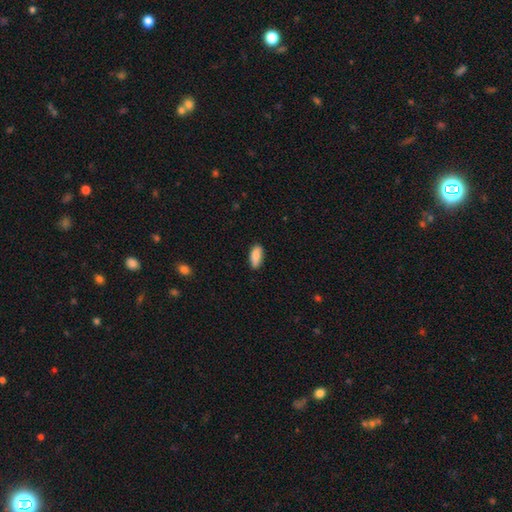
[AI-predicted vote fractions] Q: Smooth or featured?
A: smooth (89%); runner-up: star or artifact (6%)
Q: How rounded?
A: in between (84%); runner-up: cigar-shaped (14%)
Q: Merging?
A: none (83%); runner-up: minor disturbance (14%)